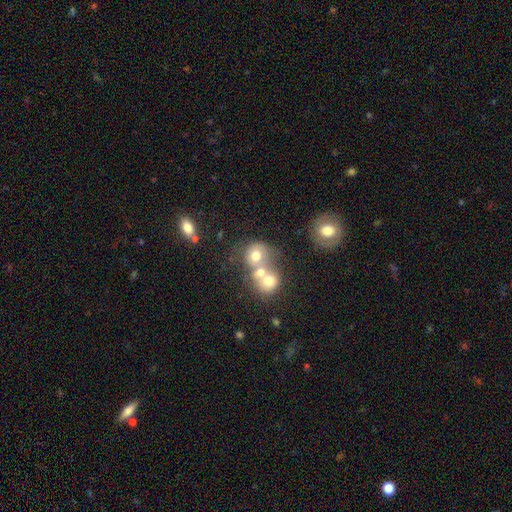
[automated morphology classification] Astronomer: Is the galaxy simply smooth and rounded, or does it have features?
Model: smooth — 64%.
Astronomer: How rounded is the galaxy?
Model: round — 73%.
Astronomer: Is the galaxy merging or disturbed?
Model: merger — 57%.